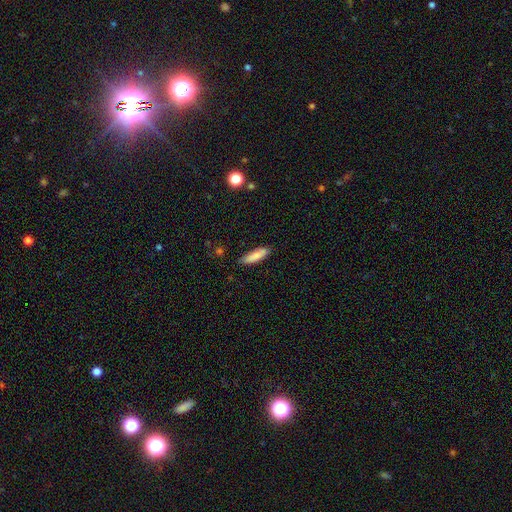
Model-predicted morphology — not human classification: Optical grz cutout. It shows a smooth galaxy with no disk features (82%) that is cigar-shaped (64%). Merging: none (84%).